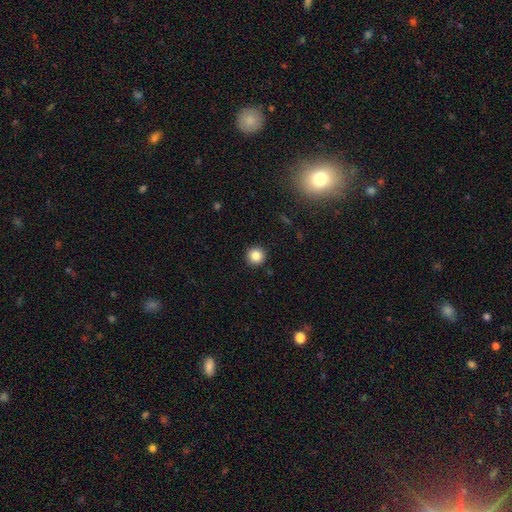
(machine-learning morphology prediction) smooth-or-featured: smooth: 84% | star or artifact: 11% | featured or disk: 5%
  how-rounded: round: 95% | in between: 4% | cigar-shaped: 1%
  merging: none: 93% | minor disturbance: 5% | major disturbance: 2% | merger: 1%